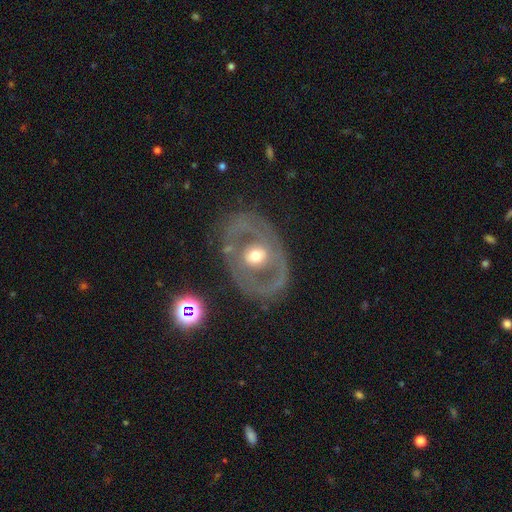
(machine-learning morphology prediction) Overall: featured or disk (75%). Edge-on disk: no (95%). Bar: no (59%; weak 27%). Spiral arms: no (55%; yes 45%). Bulge size: moderate (69%). Merging: none (73%).